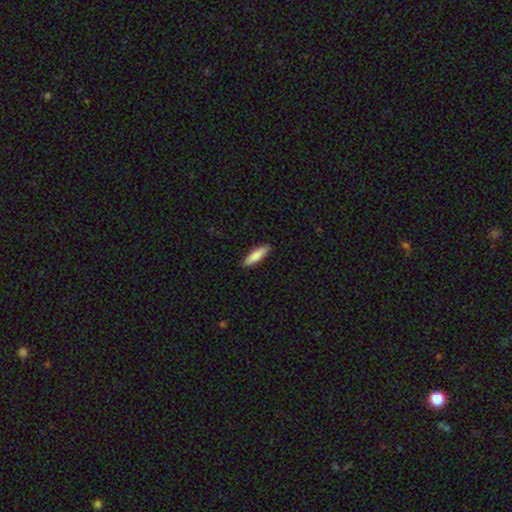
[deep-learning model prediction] Smooth or featured? Predicted: smooth (p=0.82). How rounded? Predicted: cigar-shaped (p=0.67). Merging? Predicted: none (p=0.91).